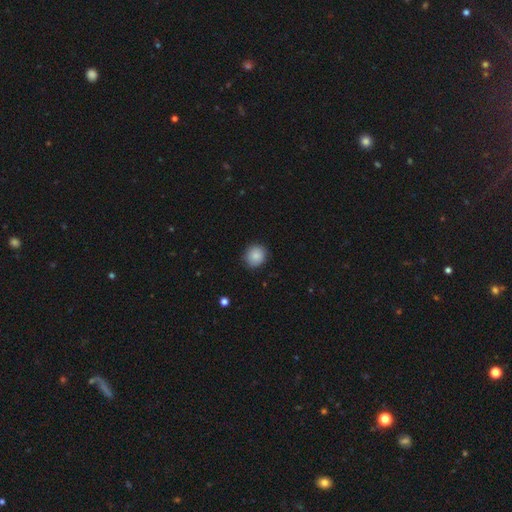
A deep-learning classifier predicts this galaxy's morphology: Smooth or featured?
  - smooth: 87% *
  - star or artifact: 8%
  - featured or disk: 5%
How rounded?
  - round: 85% *
  - in between: 14%
  - cigar-shaped: 1%
Merging?
  - none: 87% *
  - minor disturbance: 10%
  - major disturbance: 2%
  - merger: 1%